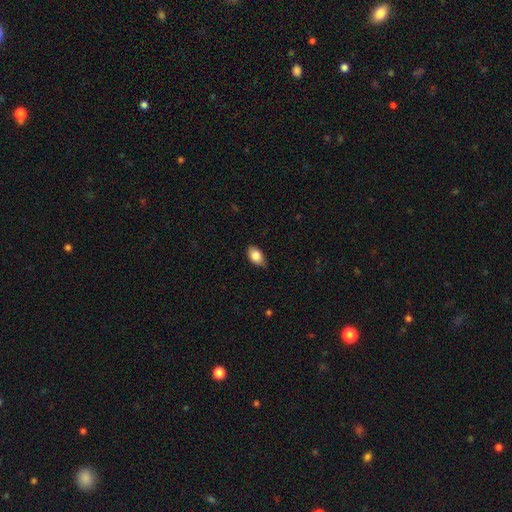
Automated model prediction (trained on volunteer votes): A smooth galaxy with no disk features (84%) that is in between round and cigar-shaped (89%).

Vote fractions:
- Smooth or featured? smooth: 84% / featured or disk: 9% / star or artifact: 7%
- How rounded? in between: 89% / round: 9% / cigar-shaped: 2%
- Merging? none: 77% / minor disturbance: 19% / major disturbance: 3% / merger: 1%